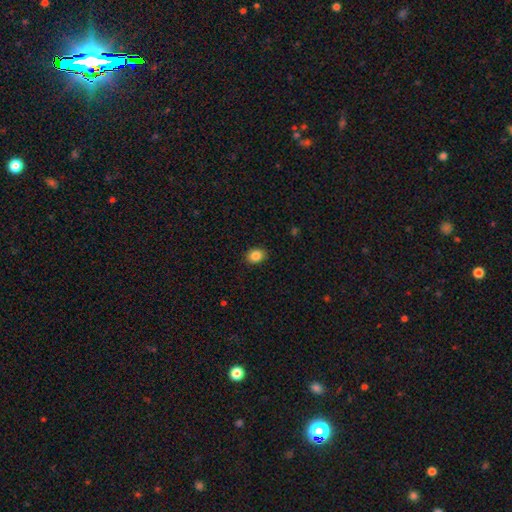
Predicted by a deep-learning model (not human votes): smooth 87%, star or artifact 9%, featured or disk 4%. Down the decision tree: how rounded — in between (56%); merging — none (89%).